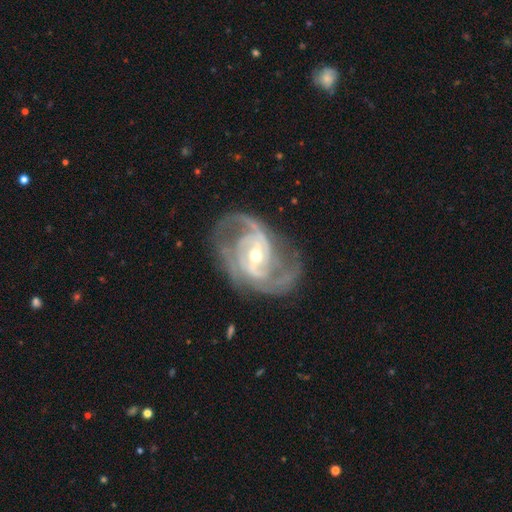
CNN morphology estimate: Q: Smooth or featured?
A: featured or disk (91%); runner-up: star or artifact (5%)
Q: Edge-on disk?
A: no (97%); runner-up: yes (3%)
Q: Bar?
A: weak (43%); runner-up: strong (33%)
Q: Spiral arms?
A: yes (97%); runner-up: no (3%)
Q: Spiral winding?
A: medium (53%); runner-up: tight (29%)
Q: Spiral arm count?
A: 2 (65%); runner-up: 3 (16%)
Q: Bulge size?
A: small (52%); runner-up: moderate (45%)
Q: Merging?
A: none (68%); runner-up: minor disturbance (17%)